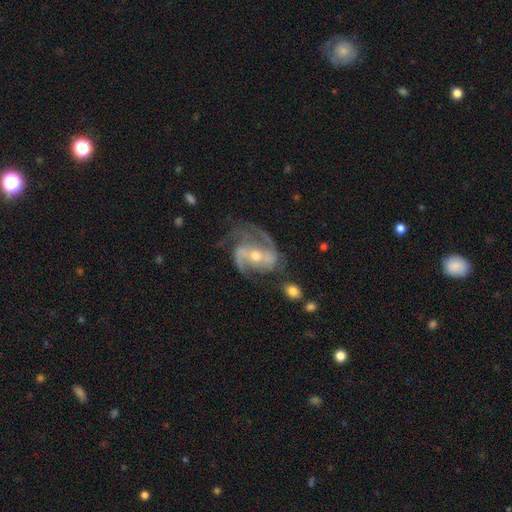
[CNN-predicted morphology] smooth_or_featured: featured or disk (p=0.90) [alt: star or artifact p=0.06]
disk_edge_on: no (p=0.97) [alt: yes p=0.03]
bar: strong (p=0.40) [alt: weak p=0.36]
has_spiral_arms: yes (p=0.97) [alt: no p=0.03]
spiral_winding: medium (p=0.52) [alt: loose p=0.27]
spiral_arm_count: 2 (p=0.64) [alt: 3 p=0.19]
bulge_size: moderate (p=0.54) [alt: small p=0.42]
merging: none (p=0.57) [alt: minor disturbance p=0.21]